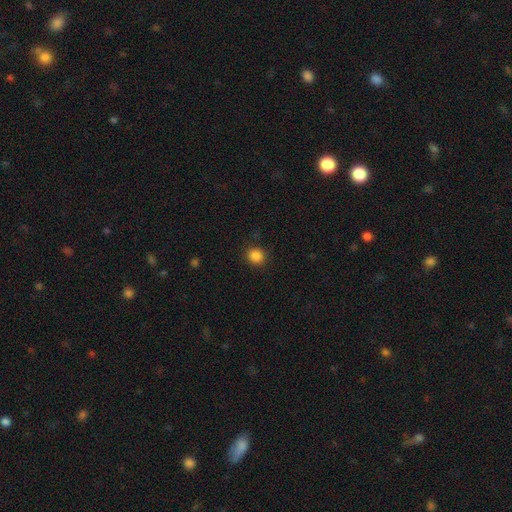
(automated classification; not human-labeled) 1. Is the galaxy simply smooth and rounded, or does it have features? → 86% smooth, 11% star or artifact, 3% featured or disk.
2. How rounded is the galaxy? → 86% round, 13% in between, 1% cigar-shaped.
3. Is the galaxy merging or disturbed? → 90% none, 7% minor disturbance, 2% major disturbance, 1% merger.